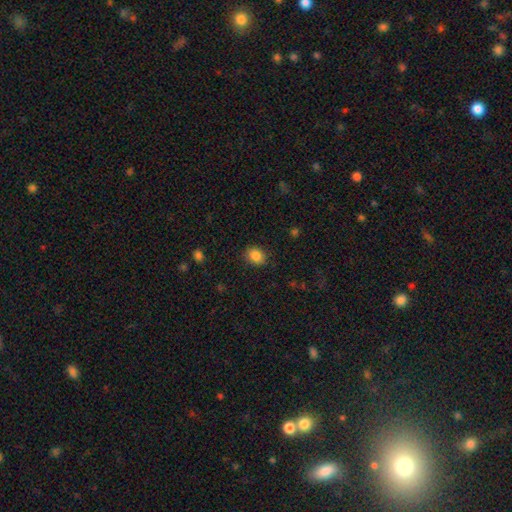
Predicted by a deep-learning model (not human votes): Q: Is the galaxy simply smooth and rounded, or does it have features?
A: smooth — 86%.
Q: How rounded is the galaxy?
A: round — 53%.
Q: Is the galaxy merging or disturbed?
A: none — 86%.